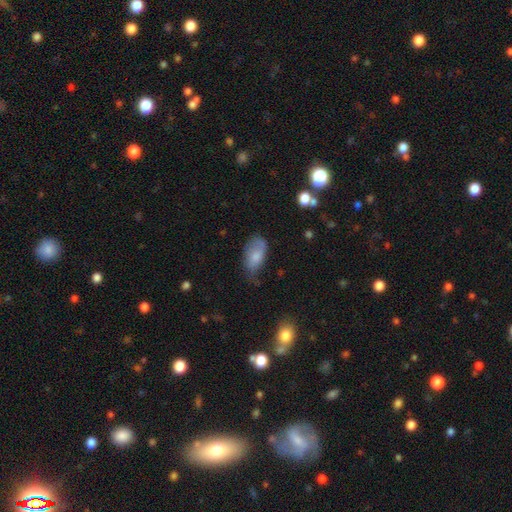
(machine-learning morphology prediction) Q: Smooth or featured?
A: smooth (76%); runner-up: featured or disk (17%)
Q: How rounded?
A: in between (93%); runner-up: round (4%)
Q: Merging?
A: none (45%); runner-up: minor disturbance (38%)